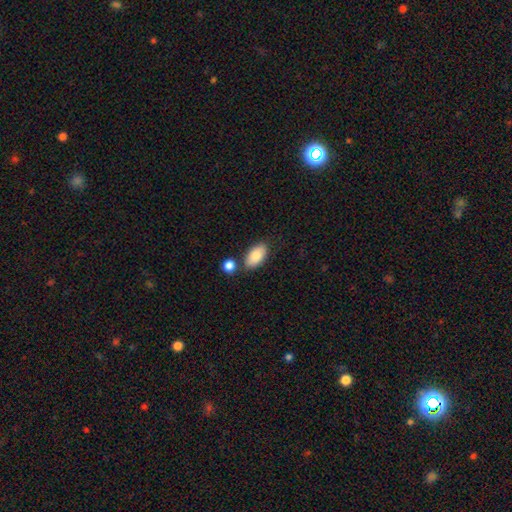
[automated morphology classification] Q: Smooth or featured?
A: smooth (83%); runner-up: featured or disk (10%)
Q: How rounded?
A: in between (93%); runner-up: round (4%)
Q: Merging?
A: none (74%); runner-up: minor disturbance (12%)